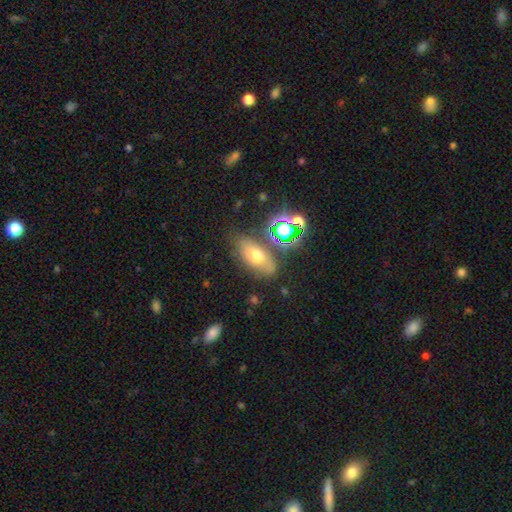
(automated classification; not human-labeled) smooth 56%, featured or disk 24%, star or artifact 19%. Down the decision tree: how rounded — in between (80%); merging — none (72%).